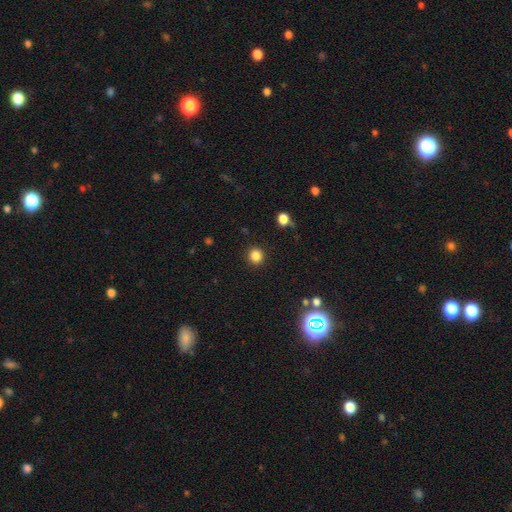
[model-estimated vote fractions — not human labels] smooth 84%, star or artifact 12%, featured or disk 4%. Down the decision tree: how rounded — round (91%); merging — none (91%).